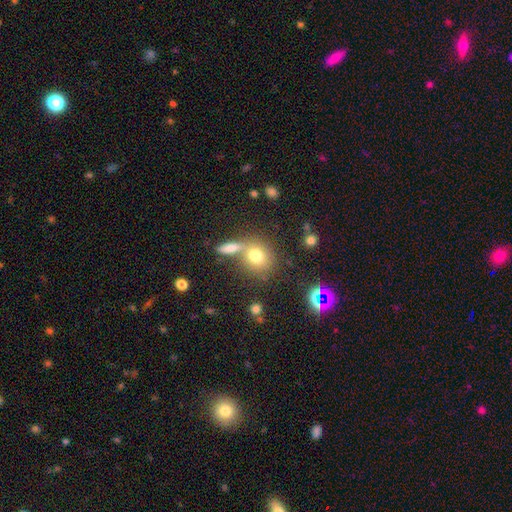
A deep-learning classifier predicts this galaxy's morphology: Smooth or featured?
  - smooth: 74% *
  - featured or disk: 13%
  - star or artifact: 13%
How rounded?
  - round: 71% *
  - in between: 27%
  - cigar-shaped: 2%
Merging?
  - none: 57% *
  - merger: 29%
  - minor disturbance: 10%
  - major disturbance: 5%